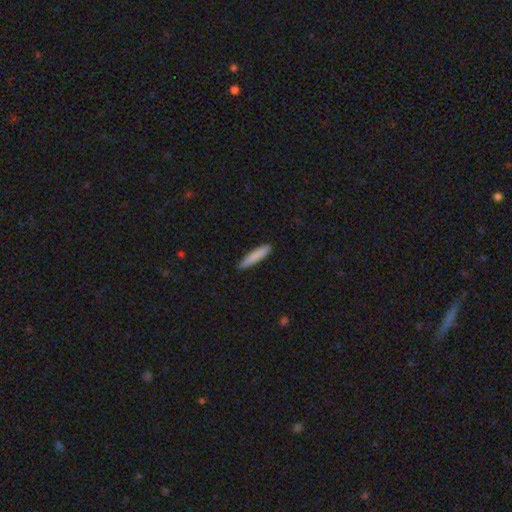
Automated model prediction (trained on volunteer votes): Q: Smooth or featured?
A: smooth (83%); runner-up: featured or disk (11%)
Q: How rounded?
A: cigar-shaped (91%); runner-up: in between (8%)
Q: Merging?
A: none (88%); runner-up: minor disturbance (10%)